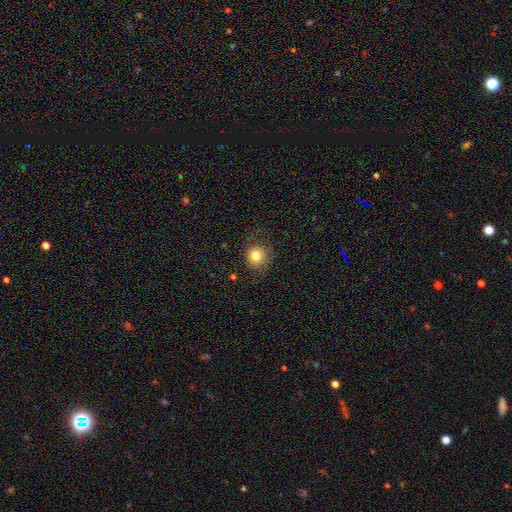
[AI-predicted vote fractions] Morphology: type=smooth (80%); roundness=round (90%); merging=none (79%).